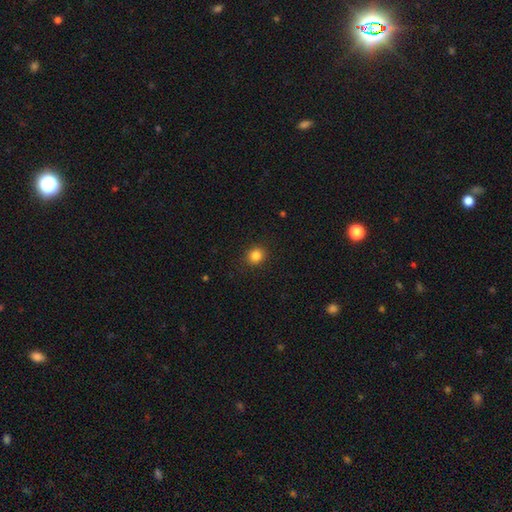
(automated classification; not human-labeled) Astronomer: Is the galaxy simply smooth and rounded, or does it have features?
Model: smooth — 84%.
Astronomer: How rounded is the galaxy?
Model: round — 83%.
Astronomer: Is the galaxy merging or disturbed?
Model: none — 90%.